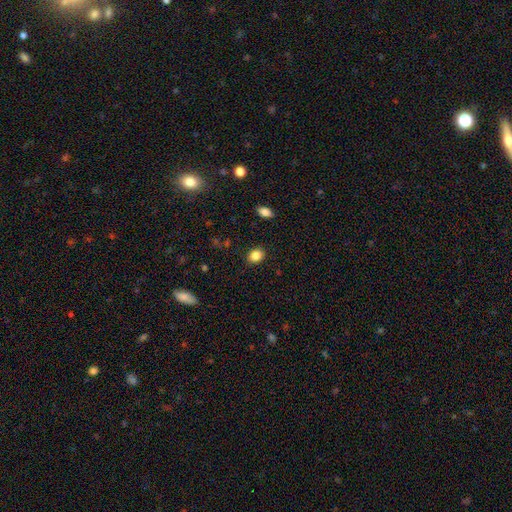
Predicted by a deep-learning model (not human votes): The model was most divided on "how rounded": in between: 50%, round: 49%, cigar-shaped: 1%. More confident: merging — none (89%); smooth or featured — smooth (85%).